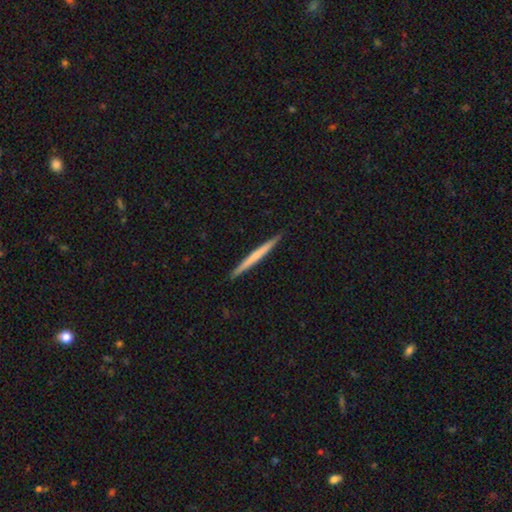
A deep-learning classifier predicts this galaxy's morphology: This appears to be a smooth galaxy with no disk features (52%) that is cigar-shaped (97%). Merging: none (92%).